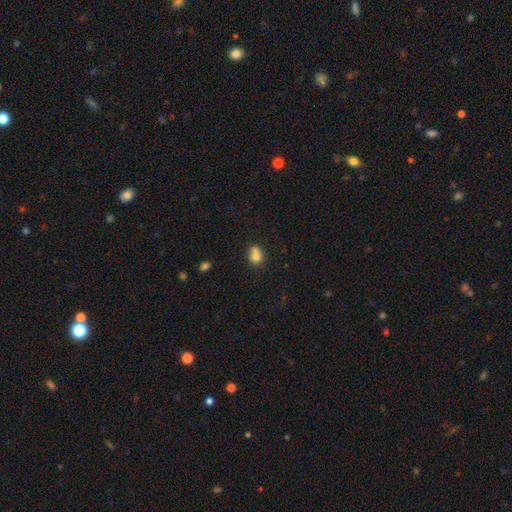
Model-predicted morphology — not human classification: Smooth or featured: smooth — 76% (featured or disk — 13%)
How rounded: round — 65% (in between — 34%)
Merging: merger — 44% (none — 38%)